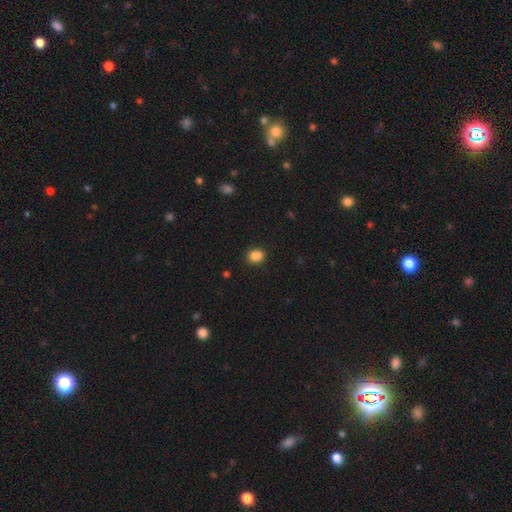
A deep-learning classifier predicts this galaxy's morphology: The model was most divided on "how rounded": round: 52%, in between: 47%, cigar-shaped: 1%. More confident: smooth or featured — smooth (87%); merging — none (86%).